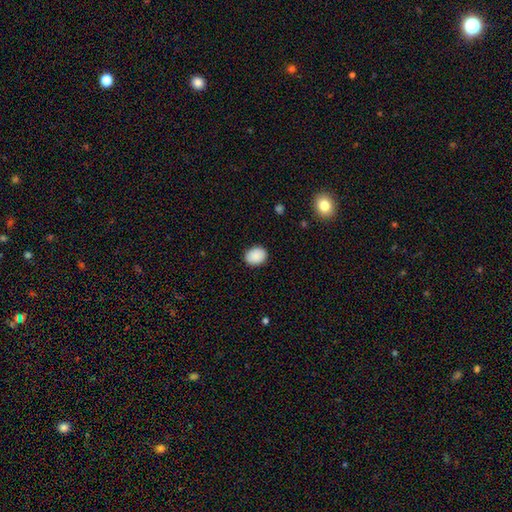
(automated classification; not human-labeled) Q: Smooth or featured?
A: smooth (89%); runner-up: star or artifact (7%)
Q: How rounded?
A: in between (56%); runner-up: round (43%)
Q: Merging?
A: none (88%); runner-up: minor disturbance (9%)